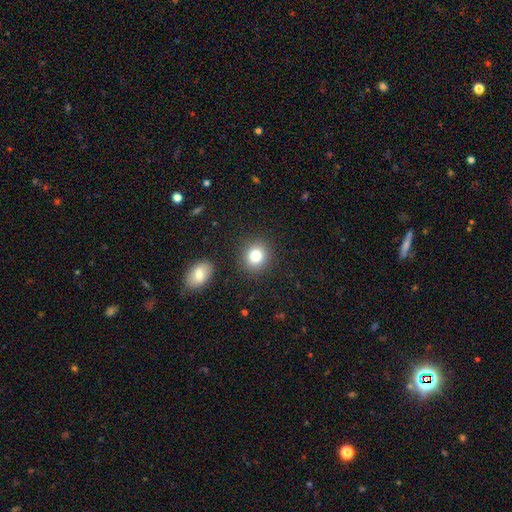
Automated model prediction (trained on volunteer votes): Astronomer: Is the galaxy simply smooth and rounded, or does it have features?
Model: smooth — 80%.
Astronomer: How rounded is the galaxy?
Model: round — 78%.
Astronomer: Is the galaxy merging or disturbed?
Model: none — 88%.